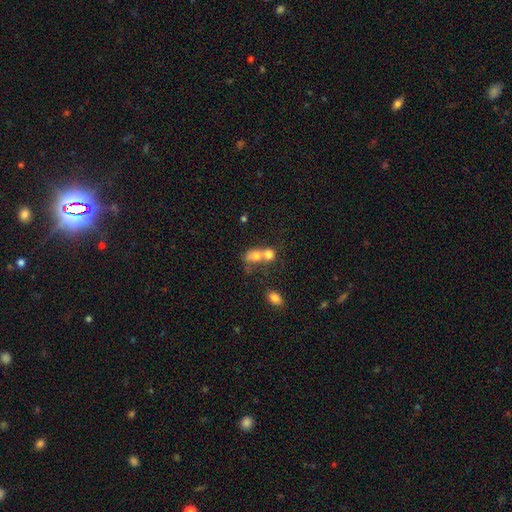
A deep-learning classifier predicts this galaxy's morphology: A smooth galaxy with no disk features (73%) that is in between round and cigar-shaped (52%).

Vote fractions:
- Smooth or featured? smooth: 73% / featured or disk: 16% / star or artifact: 11%
- How rounded? in between: 52% / round: 46% / cigar-shaped: 2%
- Merging? merger: 67% / none: 21% / minor disturbance: 7% / major disturbance: 6%